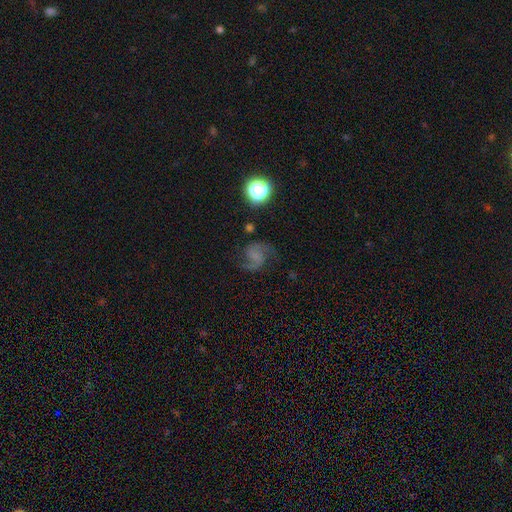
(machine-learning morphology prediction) This is likely a featured or disk galaxy (77%). It is clearly not viewed edge-on (98%). Bar: possibly no (55%). Spiral arm pattern: clearly yes (96%). Spiral arm count: clearly 2 (91%). Spiral winding: possibly medium (47%). Central bulge: possibly none (54%). Merging: likely none (69%).